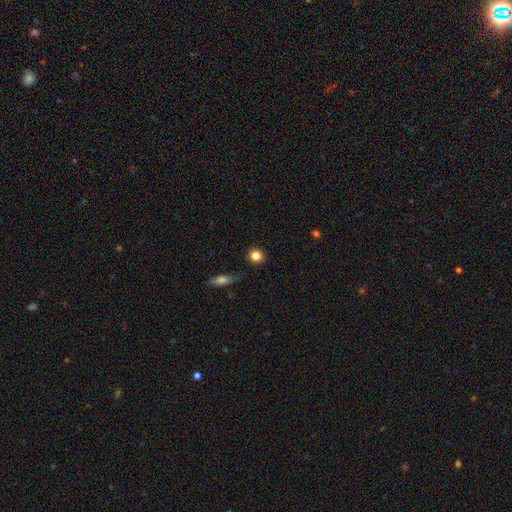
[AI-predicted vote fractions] Overall: smooth (84%). How rounded: round (86%). Merging: none (89%).